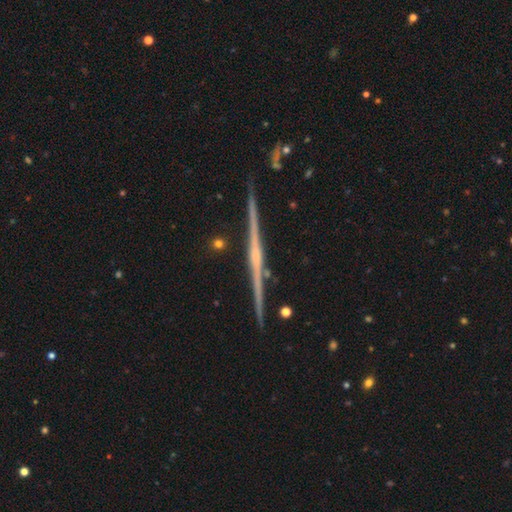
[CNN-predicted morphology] A featured or disk galaxy (86%) viewed edge-on (99%) with a rounded central bulge (46%).

Vote fractions:
- Smooth or featured? featured or disk: 86% / smooth: 9% / star or artifact: 6%
- Edge-on disk? yes: 99% / no: 1%
- Edge-on bulge? rounded: 46% / none: 41% / boxy: 12%
- Merging? none: 90% / minor disturbance: 7% / merger: 2% / major disturbance: 1%